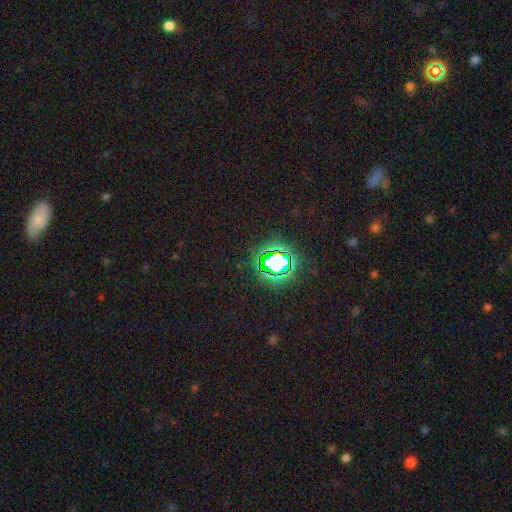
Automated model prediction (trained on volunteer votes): Smooth or featured? Predicted: star or artifact (p=0.78).